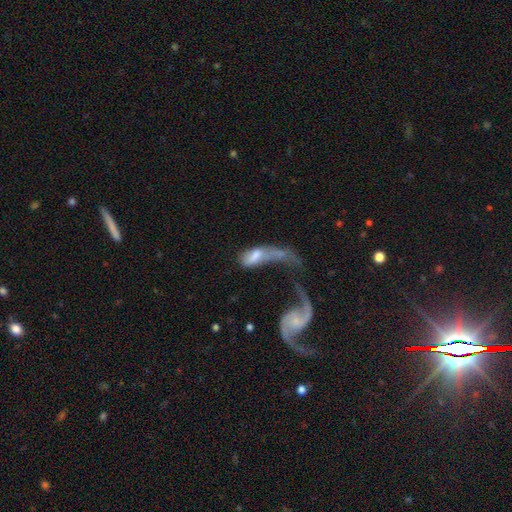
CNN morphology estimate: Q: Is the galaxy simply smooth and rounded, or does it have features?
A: featured or disk — 54%.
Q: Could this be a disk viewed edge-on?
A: no — 90%.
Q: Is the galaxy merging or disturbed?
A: merger — 48%.